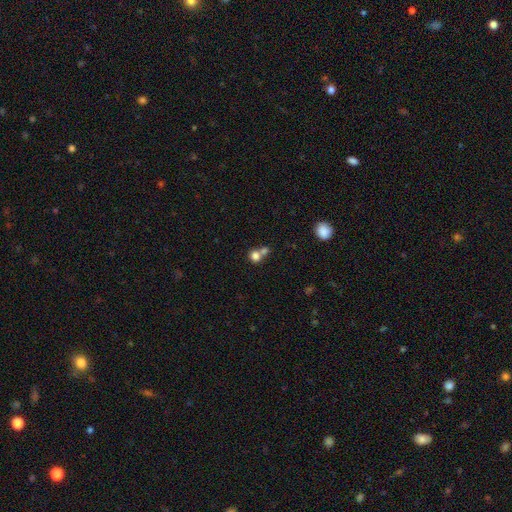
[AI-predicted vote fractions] Smooth or featured? smooth (78%)
How rounded? round (80%)
Merging? merger (51%)